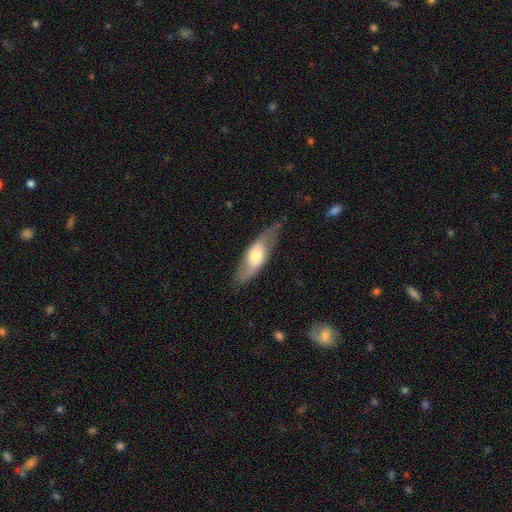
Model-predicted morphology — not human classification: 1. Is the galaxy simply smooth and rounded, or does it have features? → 47% smooth (tied), 47% featured or disk (tied), 6% star or artifact.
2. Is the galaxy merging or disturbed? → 76% none, 17% minor disturbance, 5% major disturbance, 2% merger.